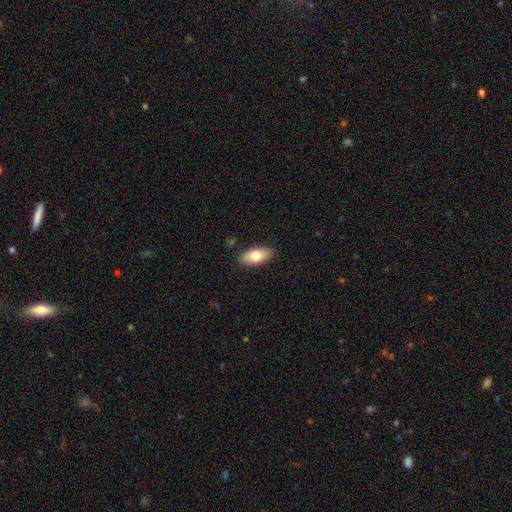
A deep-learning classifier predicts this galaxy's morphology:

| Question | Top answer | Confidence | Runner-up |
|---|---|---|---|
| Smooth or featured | smooth | 72% | featured or disk (21%) |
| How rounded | in between | 87% | cigar-shaped (10%) |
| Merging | none | 87% | minor disturbance (10%) |